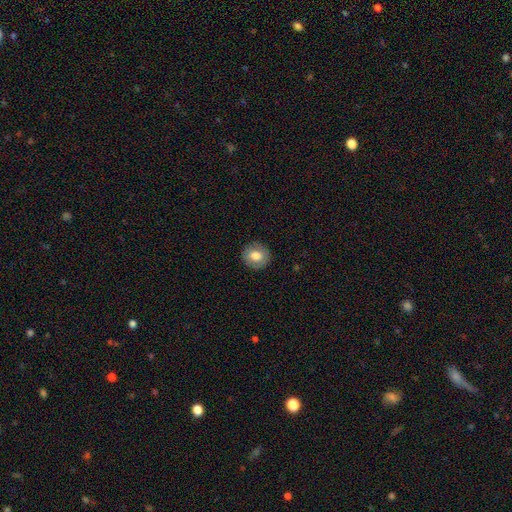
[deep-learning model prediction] Q: Smooth or featured?
A: smooth (75%); runner-up: featured or disk (17%)
Q: How rounded?
A: round (86%); runner-up: in between (13%)
Q: Merging?
A: none (88%); runner-up: minor disturbance (9%)